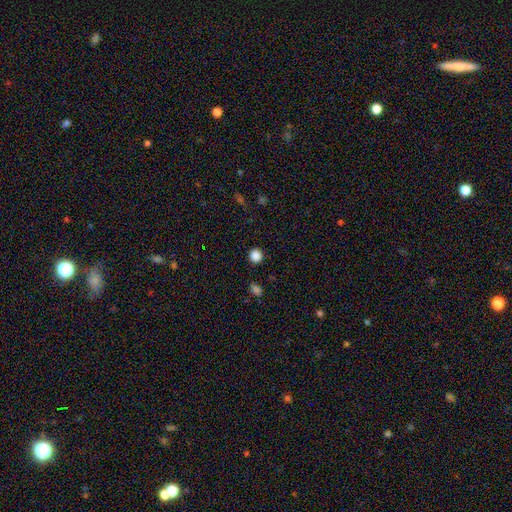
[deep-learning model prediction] A smooth galaxy with no disk features (86%) that is round (91%).

Vote fractions:
- Smooth or featured? smooth: 86% / star or artifact: 12% / featured or disk: 3%
- How rounded? round: 91% / in between: 8% / cigar-shaped: 1%
- Merging? none: 91% / minor disturbance: 5% / major disturbance: 2% / merger: 2%